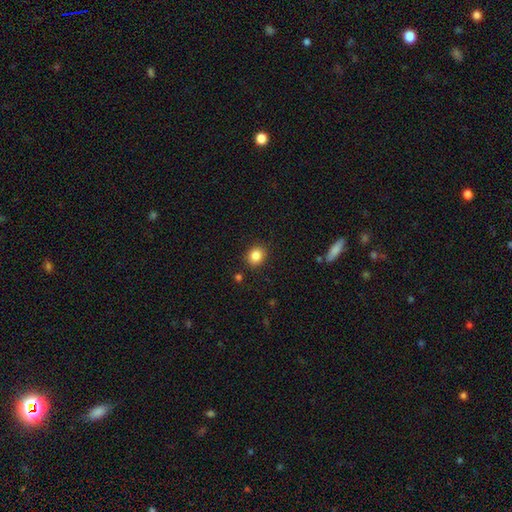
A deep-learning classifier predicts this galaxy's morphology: Smooth or featured: smooth — 85% (star or artifact — 10%)
How rounded: round — 68% (in between — 31%)
Merging: none — 88% (minor disturbance — 8%)